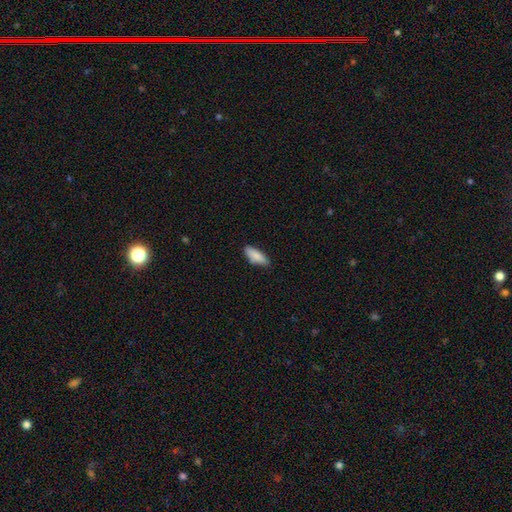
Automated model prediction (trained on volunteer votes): Smooth or featured?
  - smooth: 85% *
  - featured or disk: 9%
  - star or artifact: 6%
How rounded?
  - in between: 64% *
  - cigar-shaped: 35%
  - round: 2%
Merging?
  - none: 78% *
  - minor disturbance: 17%
  - major disturbance: 3%
  - merger: 3%